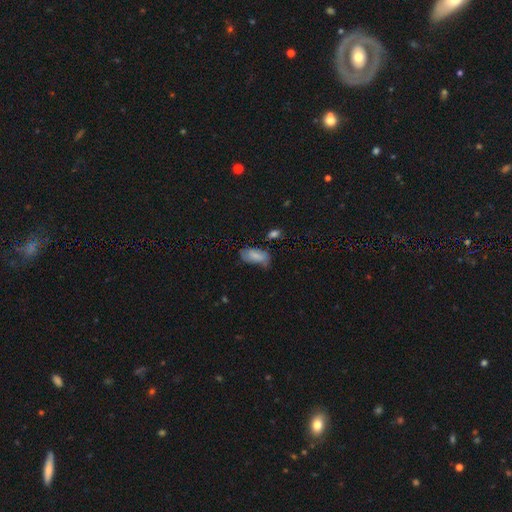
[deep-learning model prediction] smooth-or-featured: smooth: 74% | featured or disk: 18% | star or artifact: 8%
  how-rounded: in between: 91% | cigar-shaped: 6% | round: 3%
  merging: none: 50% | minor disturbance: 34% | major disturbance: 11% | merger: 4%